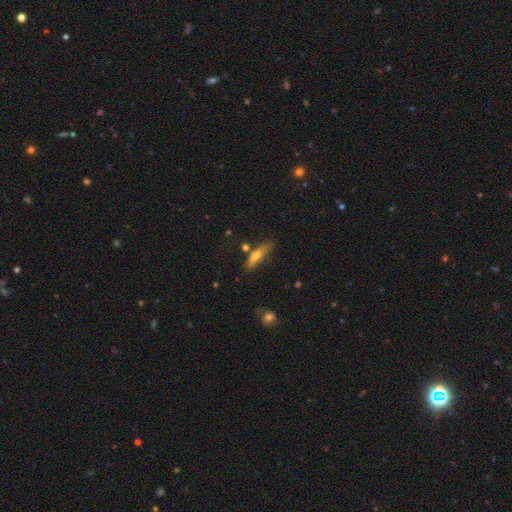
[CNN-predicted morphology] type=smooth (59%); roundness=cigar-shaped (69%); merging=none (64%).